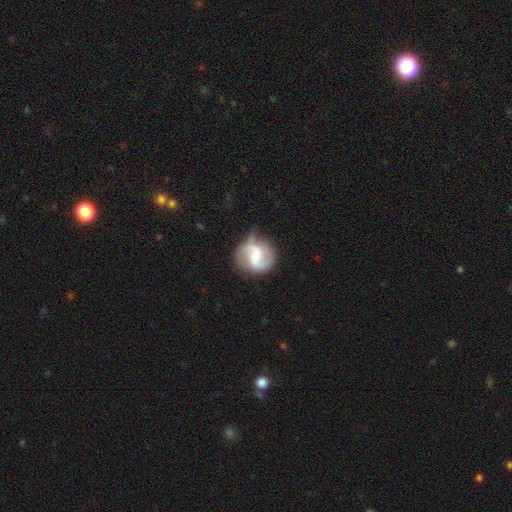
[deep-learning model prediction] A featured or disk galaxy (77%) with a weak bar (51%), 2 (90%) medium (46%) spiral arms (94%) and a small central bulge (51%). Merging: none (66%).